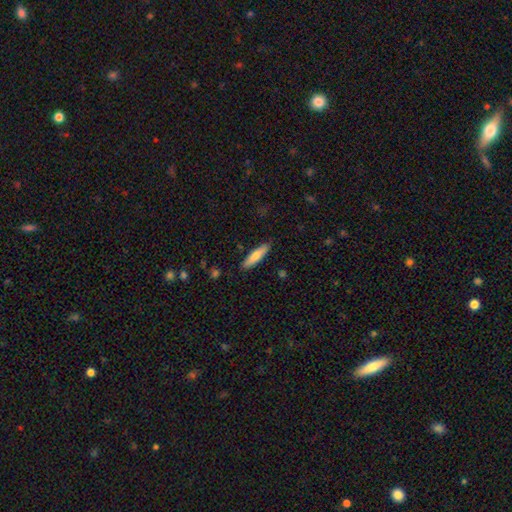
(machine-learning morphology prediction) Q: Smooth or featured?
A: smooth (77%); runner-up: featured or disk (18%)
Q: How rounded?
A: cigar-shaped (73%); runner-up: in between (26%)
Q: Merging?
A: none (87%); runner-up: minor disturbance (9%)